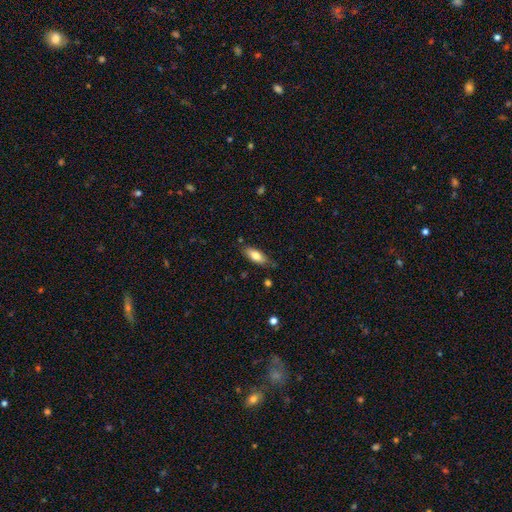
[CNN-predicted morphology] This appears to be a smooth galaxy with no disk features (77%) that is in between round and cigar-shaped (77%). Merging: none (77%).